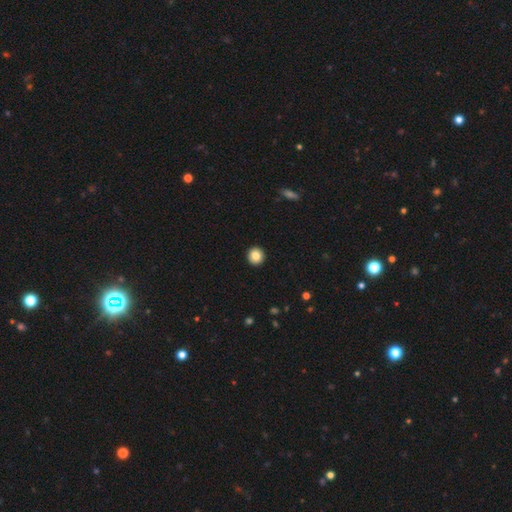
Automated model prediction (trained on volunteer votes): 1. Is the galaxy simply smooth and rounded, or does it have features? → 86% smooth, 9% star or artifact, 5% featured or disk.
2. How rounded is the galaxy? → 93% round, 6% in between, 1% cigar-shaped.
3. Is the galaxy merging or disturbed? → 94% none, 4% minor disturbance, 1% major disturbance, 1% merger.